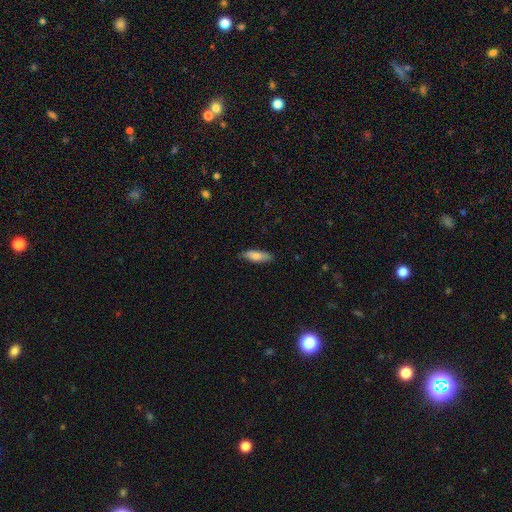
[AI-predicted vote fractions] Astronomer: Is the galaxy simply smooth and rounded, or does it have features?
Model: smooth — 74%.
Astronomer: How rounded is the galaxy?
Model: in between — 53% (runner-up: cigar-shaped, 45%).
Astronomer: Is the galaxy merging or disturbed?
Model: none — 82%.